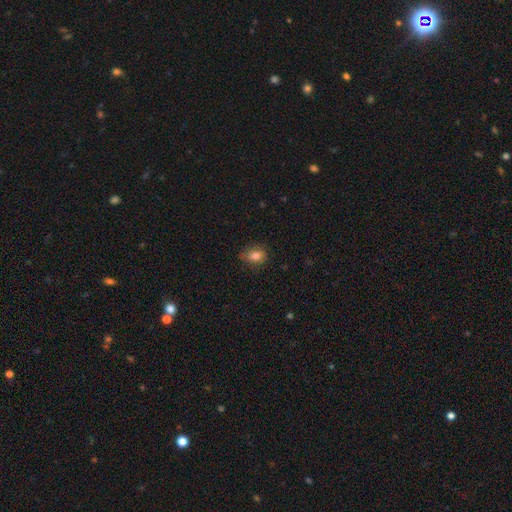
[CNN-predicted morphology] Smooth or featured?
  - smooth: 79% *
  - featured or disk: 11%
  - star or artifact: 10%
How rounded?
  - in between: 69% *
  - round: 29%
  - cigar-shaped: 2%
Merging?
  - none: 77% *
  - minor disturbance: 18%
  - major disturbance: 4%
  - merger: 1%